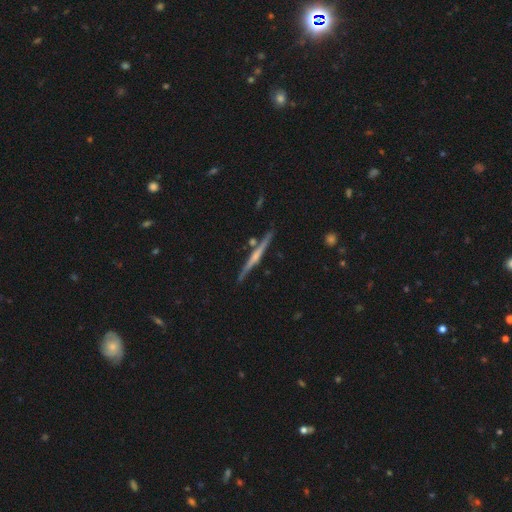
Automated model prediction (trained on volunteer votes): Q: Smooth or featured?
A: featured or disk (72%); runner-up: smooth (22%)
Q: Edge-on disk?
A: yes (98%); runner-up: no (2%)
Q: Edge-on bulge?
A: rounded (56%); runner-up: none (33%)
Q: Merging?
A: none (85%); runner-up: minor disturbance (9%)